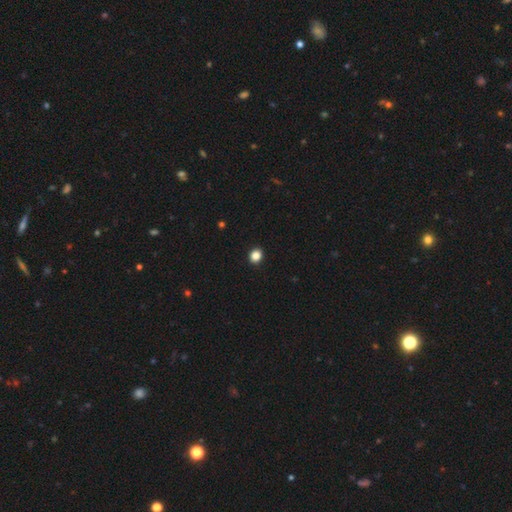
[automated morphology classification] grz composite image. It shows a smooth galaxy with no disk features (86%) that is round (74%). Merging: none (93%).